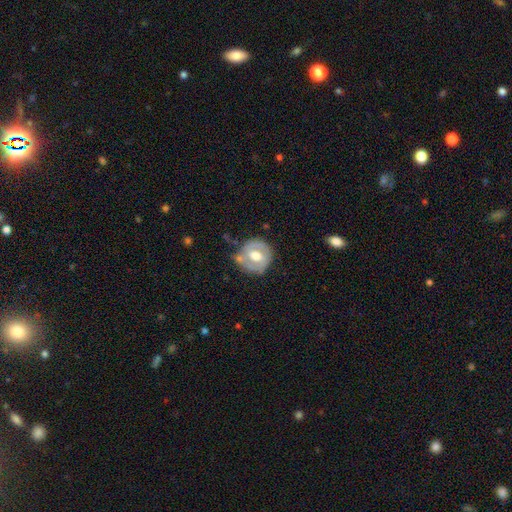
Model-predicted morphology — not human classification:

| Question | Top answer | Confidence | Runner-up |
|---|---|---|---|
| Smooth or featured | featured or disk | 54% | smooth (39%) |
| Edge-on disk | no | 95% | yes (5%) |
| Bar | no | 46% | weak (41%) |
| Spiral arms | no | 55% | yes (45%) |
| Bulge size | moderate | 70% | large (22%) |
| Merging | none | 63% | minor disturbance (22%) |